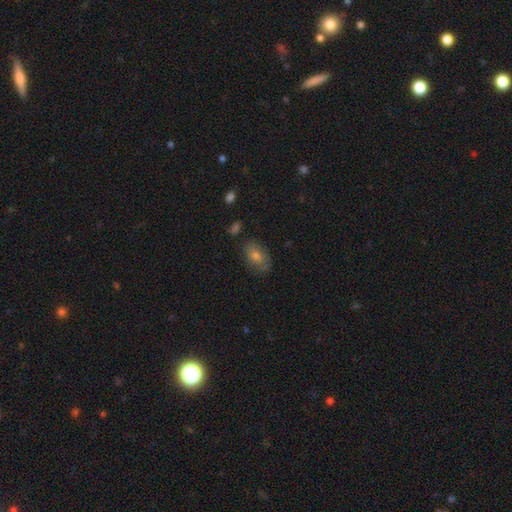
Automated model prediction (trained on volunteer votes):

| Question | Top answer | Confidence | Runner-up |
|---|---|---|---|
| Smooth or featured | smooth | 60% | featured or disk (26%) |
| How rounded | in between | 85% | round (13%) |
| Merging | none | 70% | minor disturbance (21%) |